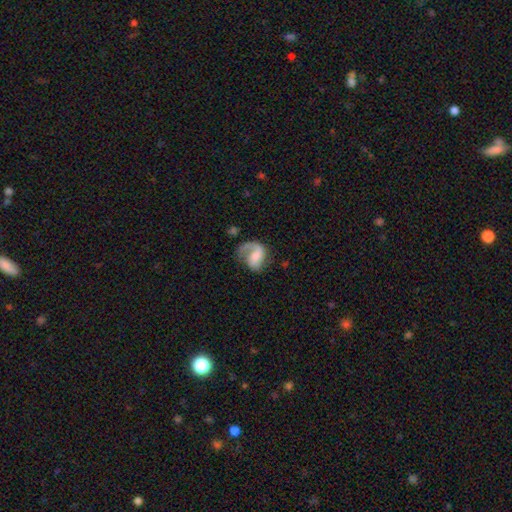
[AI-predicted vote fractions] Q: Smooth or featured?
A: featured or disk (69%); runner-up: smooth (25%)
Q: Edge-on disk?
A: no (98%); runner-up: yes (2%)
Q: Bar?
A: no (44%); runner-up: weak (42%)
Q: Spiral arms?
A: yes (92%); runner-up: no (8%)
Q: Spiral winding?
A: medium (41%); tied with: loose (41%)
Q: Spiral arm count?
A: 1 (63%); runner-up: 2 (30%)
Q: Bulge size?
A: moderate (33%); runner-up: small (30%)
Q: Merging?
A: none (45%); runner-up: major disturbance (30%)